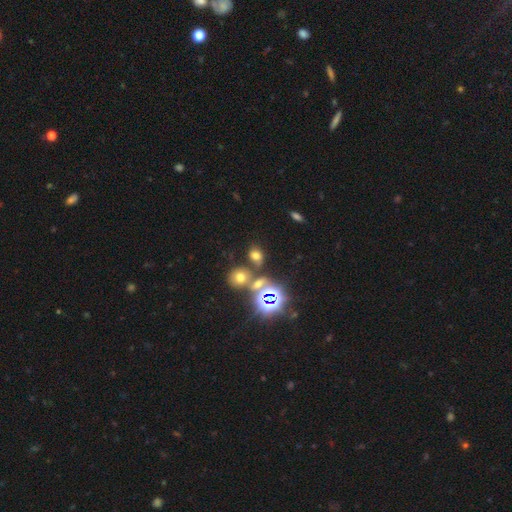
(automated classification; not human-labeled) smooth 54%, star or artifact 35%, featured or disk 11%. Down the decision tree: how rounded — in between (57%); merging — none (63%).